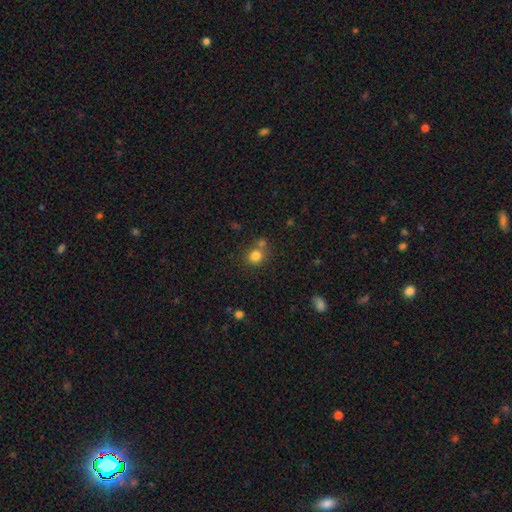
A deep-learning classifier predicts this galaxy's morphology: A smooth galaxy with no disk features (81%) that is round (83%). Merging: none (61%).